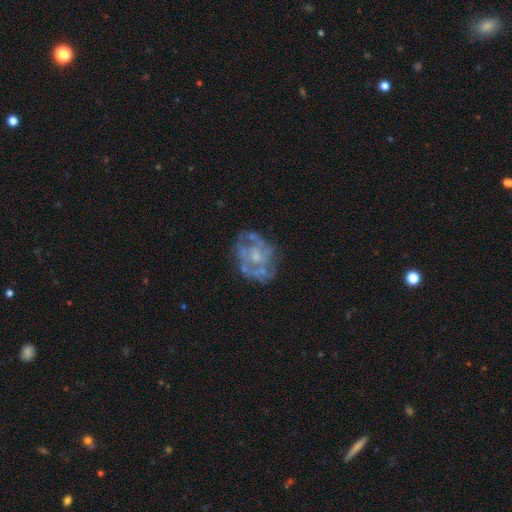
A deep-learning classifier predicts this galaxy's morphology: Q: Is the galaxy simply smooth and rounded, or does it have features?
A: featured or disk — 75%.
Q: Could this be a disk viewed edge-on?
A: no — 98%.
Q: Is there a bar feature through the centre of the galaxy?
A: no — 82%.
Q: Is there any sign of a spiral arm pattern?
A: no — 65%.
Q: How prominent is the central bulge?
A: moderate — 47%.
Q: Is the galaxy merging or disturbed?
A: none — 57%.